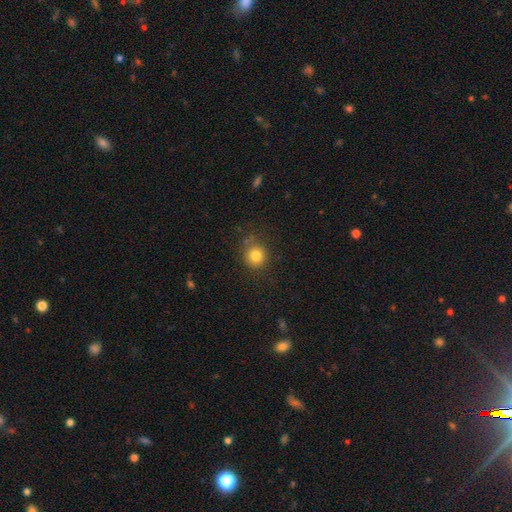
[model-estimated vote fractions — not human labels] smooth-or-featured: smooth: 82% | star or artifact: 12% | featured or disk: 6%
  how-rounded: round: 90% | in between: 9% | cigar-shaped: 1%
  merging: none: 81% | minor disturbance: 12% | major disturbance: 4% | merger: 3%